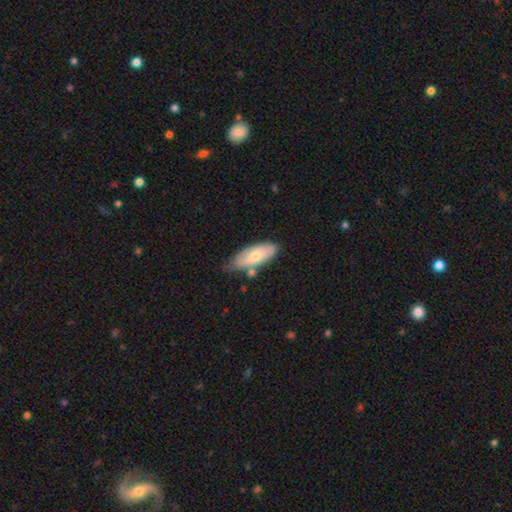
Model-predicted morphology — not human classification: Smooth or featured?
  - smooth: 64% *
  - featured or disk: 30%
  - star or artifact: 6%
How rounded?
  - in between: 75% *
  - cigar-shaped: 23%
  - round: 2%
Merging?
  - none: 63% *
  - minor disturbance: 23%
  - merger: 9%
  - major disturbance: 5%